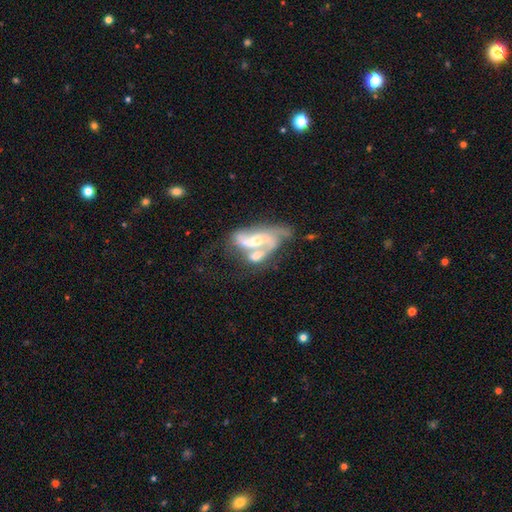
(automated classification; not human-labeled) A featured or disk galaxy (76%) with no bar (45%), 2 (58%) loose (51%) spiral arms (81%) and a moderate central bulge (50%).

Vote fractions:
- Smooth or featured? featured or disk: 76% / smooth: 16% / star or artifact: 8%
- Edge-on disk? no: 96% / yes: 4%
- Bar? no: 45% / weak: 37% / strong: 18%
- Spiral arms? yes: 81% / no: 19%
- Spiral winding? loose: 51% / medium: 36% / tight: 13%
- Spiral arm count? 2: 58% / can't tell: 16% / 3: 13% / 1: 8% / 4: 3% / more than 4: 2%
- Bulge size? moderate: 50% / small: 36% / none: 7% / large: 6% / dominant: 1%
- Merging? merger: 54% / major disturbance: 19% / none: 17% / minor disturbance: 10%